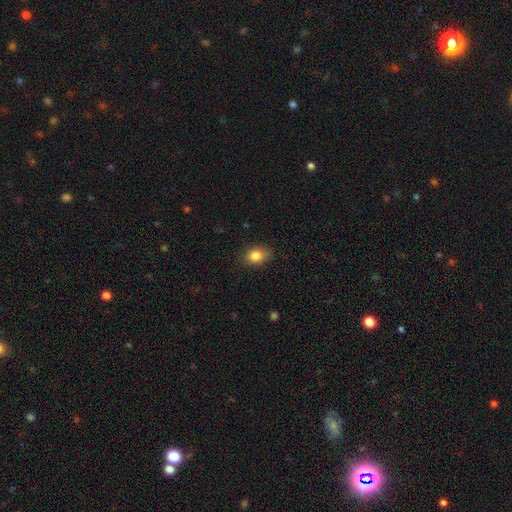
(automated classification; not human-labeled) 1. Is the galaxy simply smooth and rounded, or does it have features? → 83% smooth, 9% star or artifact, 7% featured or disk.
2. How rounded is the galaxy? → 71% in between, 27% round, 2% cigar-shaped.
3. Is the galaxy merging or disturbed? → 81% none, 14% minor disturbance, 3% major disturbance, 1% merger.